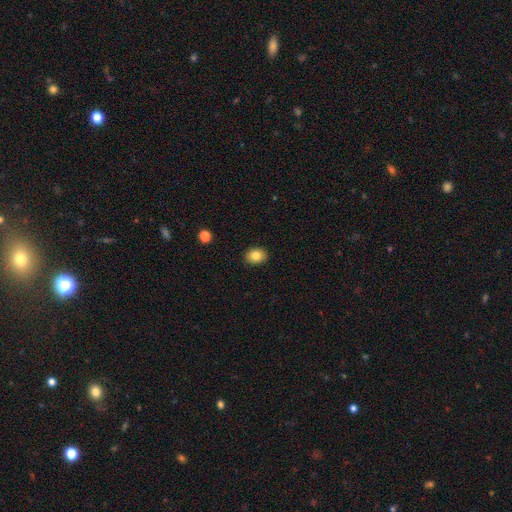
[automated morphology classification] A smooth galaxy with no disk features (82%) that is in between round and cigar-shaped (60%). Merging: none (90%).